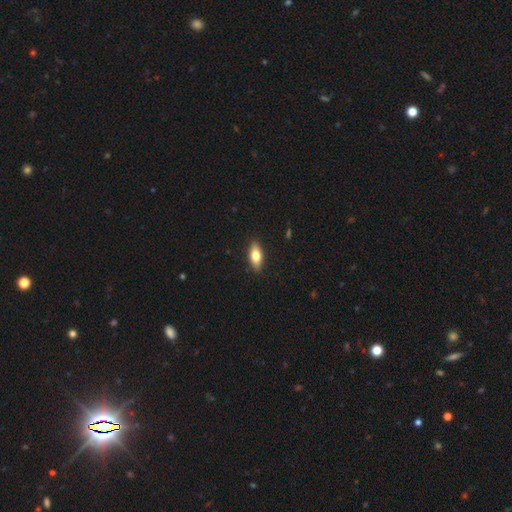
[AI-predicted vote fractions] Smooth or featured?
  - smooth: 70% *
  - featured or disk: 23%
  - star or artifact: 7%
How rounded?
  - in between: 79% *
  - cigar-shaped: 17%
  - round: 4%
Merging?
  - none: 89% *
  - minor disturbance: 8%
  - major disturbance: 2%
  - merger: 1%